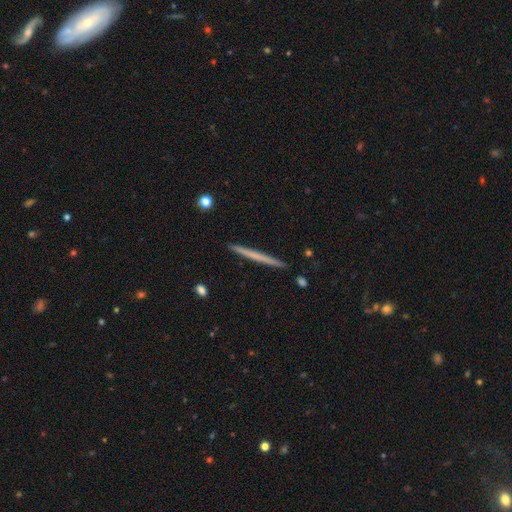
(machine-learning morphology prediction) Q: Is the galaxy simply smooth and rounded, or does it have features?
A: featured or disk — 48%.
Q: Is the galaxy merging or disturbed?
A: none — 92%.